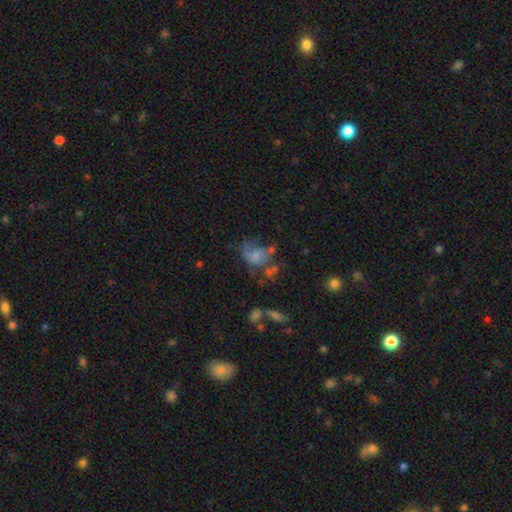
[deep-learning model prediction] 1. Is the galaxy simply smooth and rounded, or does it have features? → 47% smooth, 40% featured or disk, 13% star or artifact.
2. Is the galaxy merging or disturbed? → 43% major disturbance, 23% none, 19% minor disturbance, 14% merger.